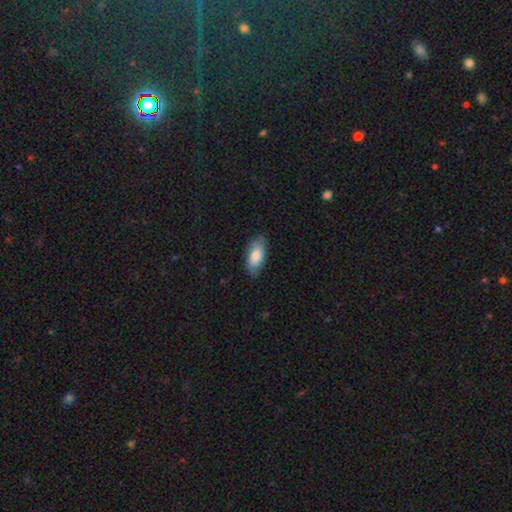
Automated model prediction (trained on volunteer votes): A smooth galaxy with no disk features (80%) that is in between round and cigar-shaped (88%). Merging: none (81%).